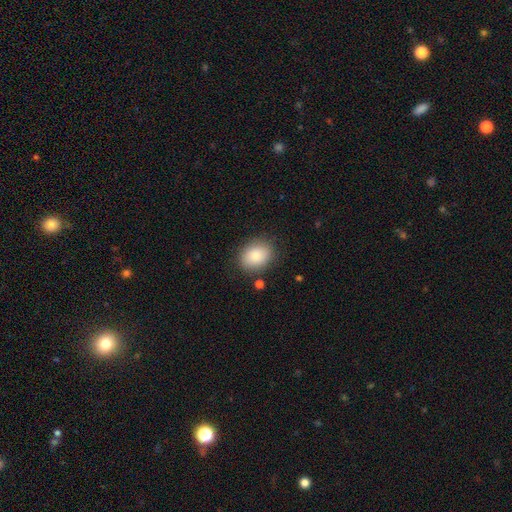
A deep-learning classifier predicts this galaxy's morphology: Q: Smooth or featured?
A: smooth (82%); runner-up: featured or disk (10%)
Q: How rounded?
A: in between (58%); runner-up: round (41%)
Q: Merging?
A: none (84%); runner-up: minor disturbance (11%)